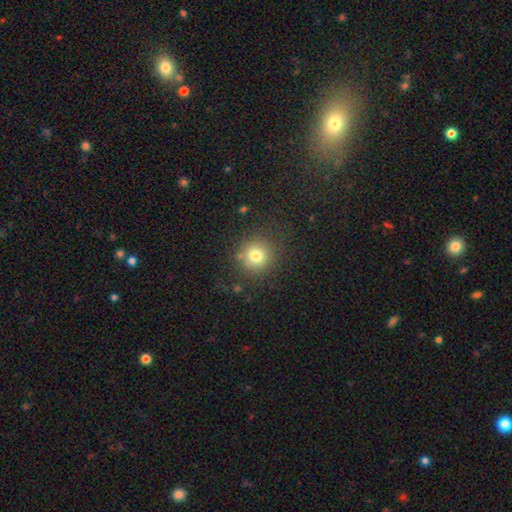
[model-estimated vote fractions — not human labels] Smooth or featured? smooth (77%)
How rounded? round (91%)
Merging? none (82%)